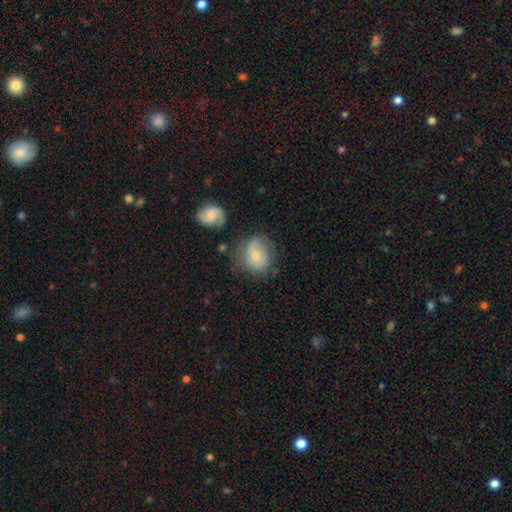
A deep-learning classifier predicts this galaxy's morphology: smooth-or-featured: featured or disk: 57% | smooth: 34% | star or artifact: 9%
  disk-edge-on: no: 97% | yes: 3%
    bar: no: 60% | weak: 33% | strong: 7%
    has-spiral-arms: yes: 81% | no: 19%
    bulge-size: moderate: 54% | small: 42% | large: 2% | none: 1% | dominant: 1%
  merging: none: 61% | minor disturbance: 23% | major disturbance: 10% | merger: 6%